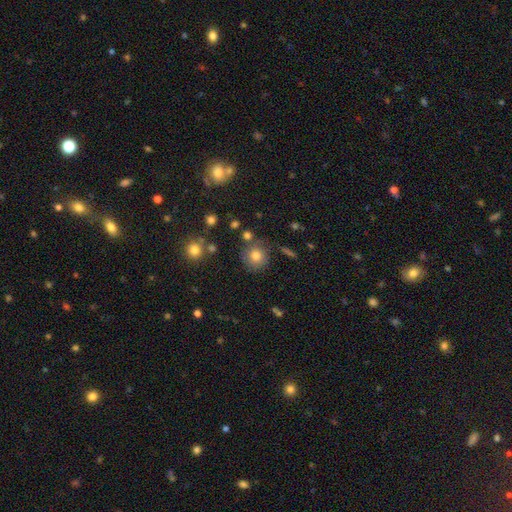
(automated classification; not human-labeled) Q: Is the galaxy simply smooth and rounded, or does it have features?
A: smooth — 78%.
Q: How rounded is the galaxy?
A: round — 91%.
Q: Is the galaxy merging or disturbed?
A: none — 78%.